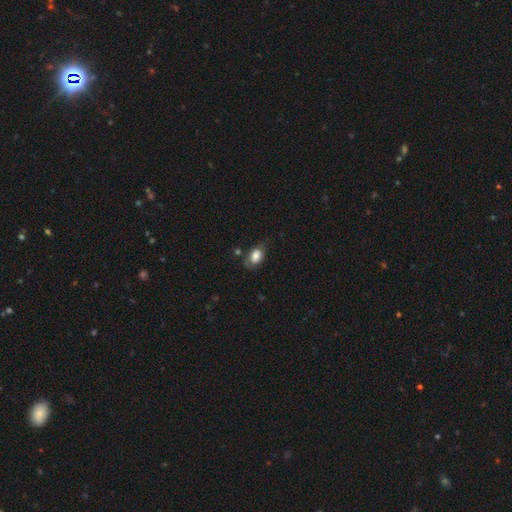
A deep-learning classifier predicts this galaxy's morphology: smooth_or_featured: smooth (p=0.79) [alt: featured or disk p=0.13]
how_rounded: in between (p=0.87) [alt: round p=0.12]
merging: none (p=0.63) [alt: minor disturbance p=0.25]